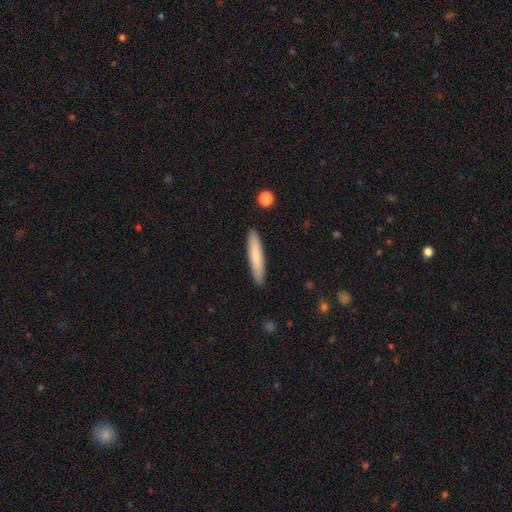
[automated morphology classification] Smooth or featured? smooth (78%)
How rounded? cigar-shaped (90%)
Merging? none (90%)